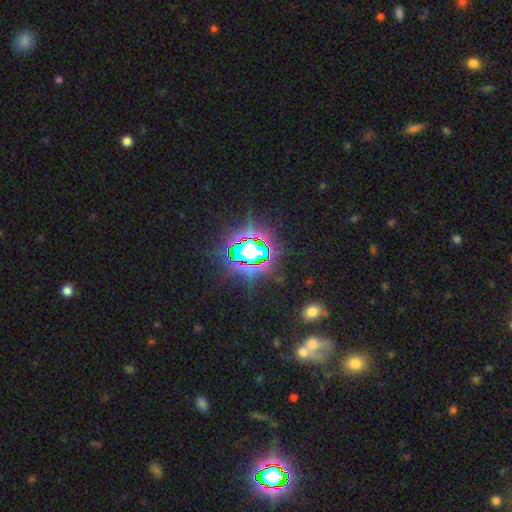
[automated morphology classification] Smooth or featured? star or artifact (78%)